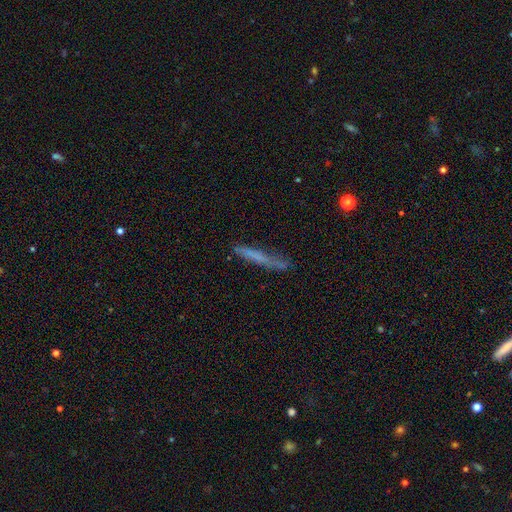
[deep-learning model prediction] A smooth galaxy with no disk features (57%) that is cigar-shaped (94%).

Vote fractions:
- Smooth or featured? smooth: 57% / featured or disk: 34% / star or artifact: 9%
- How rounded? cigar-shaped: 94% / in between: 4% / round: 1%
- Merging? none: 67% / minor disturbance: 22% / major disturbance: 7% / merger: 4%